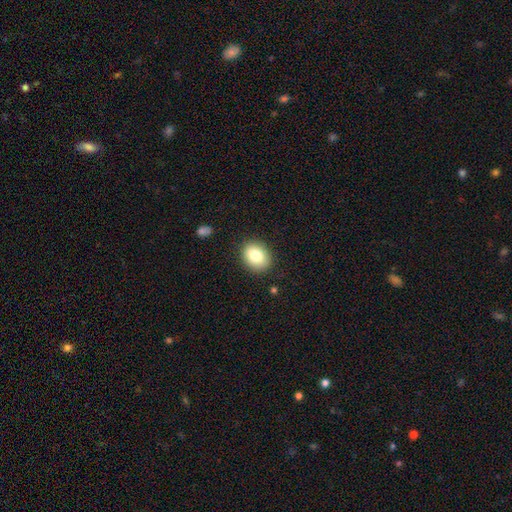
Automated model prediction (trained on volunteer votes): The model was most divided on "how rounded": in between: 53%, round: 46%, cigar-shaped: 1%. More confident: merging — none (87%); smooth or featured — smooth (81%).